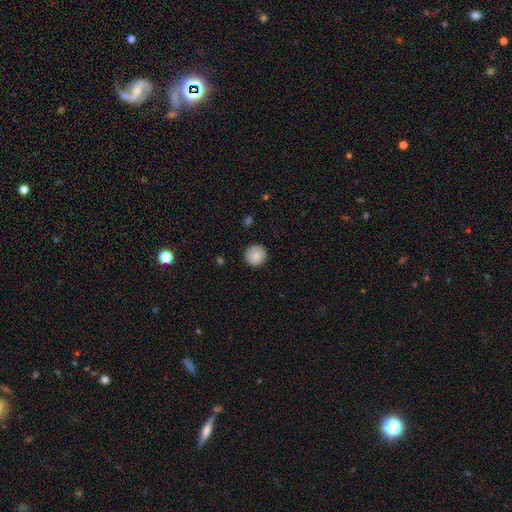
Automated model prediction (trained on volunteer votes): Smooth or featured? Predicted: smooth (p=0.85). How rounded? Predicted: round (p=0.95). Merging? Predicted: none (p=0.91).